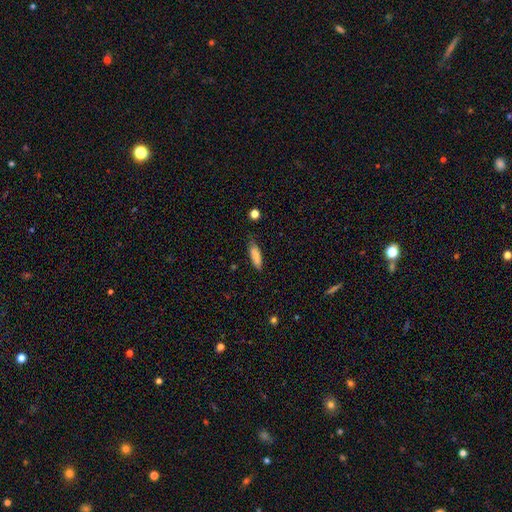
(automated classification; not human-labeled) Q: Smooth or featured?
A: smooth (84%); runner-up: featured or disk (8%)
Q: How rounded?
A: in between (56%); runner-up: cigar-shaped (42%)
Q: Merging?
A: none (69%); runner-up: minor disturbance (24%)